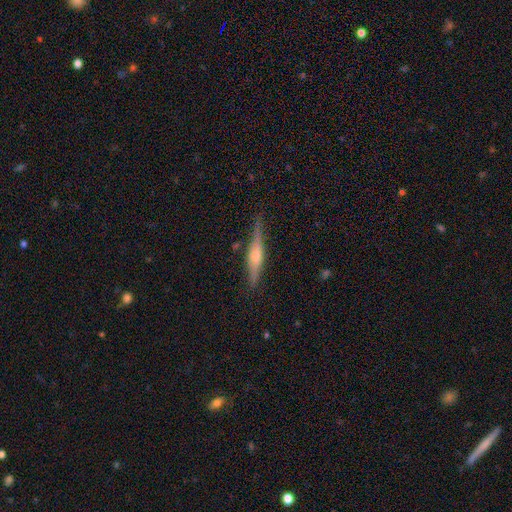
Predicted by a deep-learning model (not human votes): featured or disk 70%, smooth 24%, star or artifact 6%. Down the decision tree: edge-on disk — yes (97%); edge-on bulge — rounded (67%); merging — none (82%).